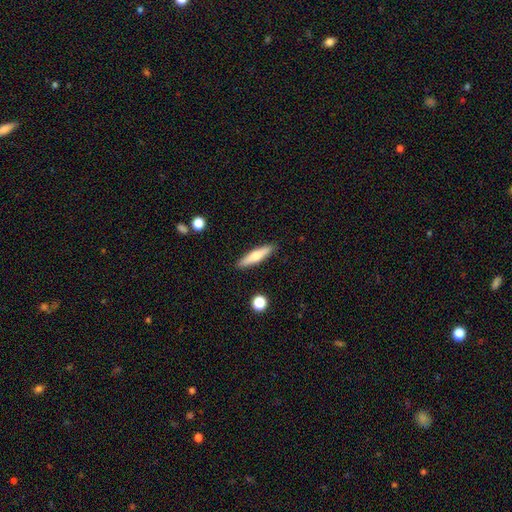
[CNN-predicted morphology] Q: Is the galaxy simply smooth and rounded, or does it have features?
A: smooth — 57%.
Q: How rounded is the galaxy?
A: cigar-shaped — 82%.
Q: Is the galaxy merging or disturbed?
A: none — 89%.